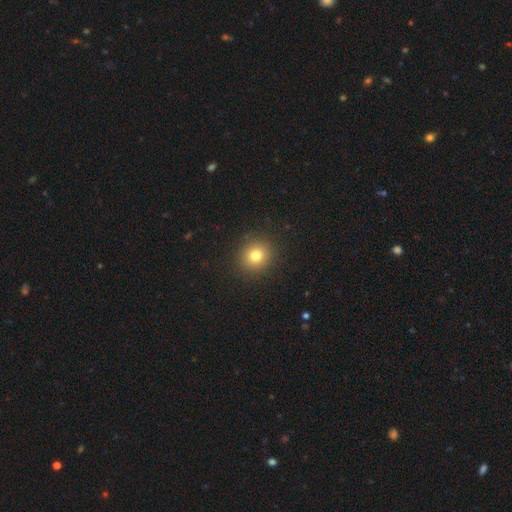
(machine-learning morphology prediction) smooth 79%, star or artifact 13%, featured or disk 8%. Down the decision tree: how rounded — round (88%); merging — none (91%).